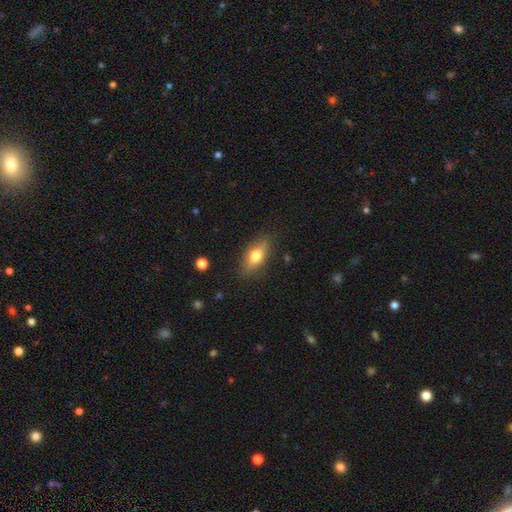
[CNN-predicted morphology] type=smooth (64%); roundness=in between (72%); merging=none (82%).